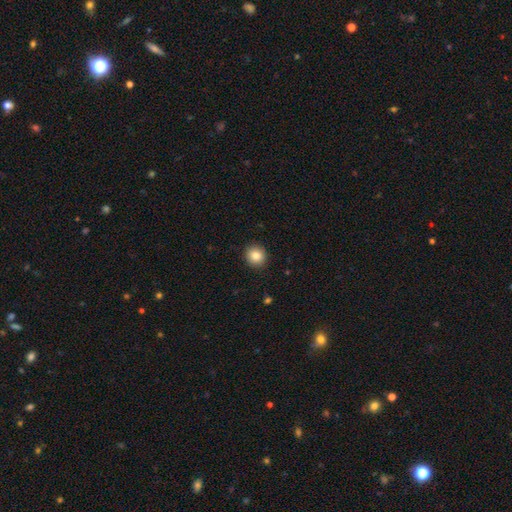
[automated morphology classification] Smooth or featured?
  - smooth: 84% *
  - star or artifact: 10%
  - featured or disk: 6%
How rounded?
  - round: 89% *
  - in between: 10%
  - cigar-shaped: 1%
Merging?
  - none: 91% *
  - minor disturbance: 6%
  - major disturbance: 2%
  - merger: 1%